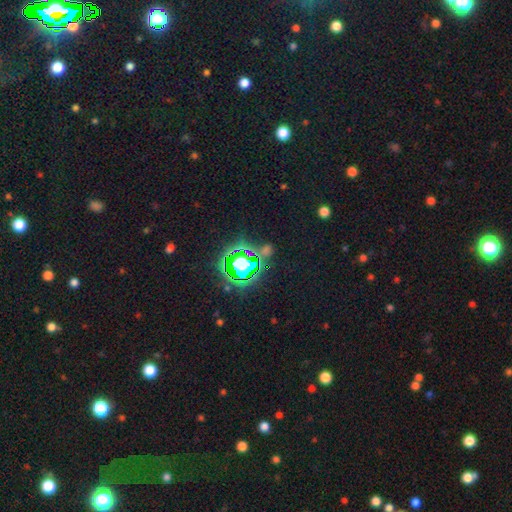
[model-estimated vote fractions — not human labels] smooth_or_featured: star or artifact (p=0.83) [alt: smooth p=0.11]